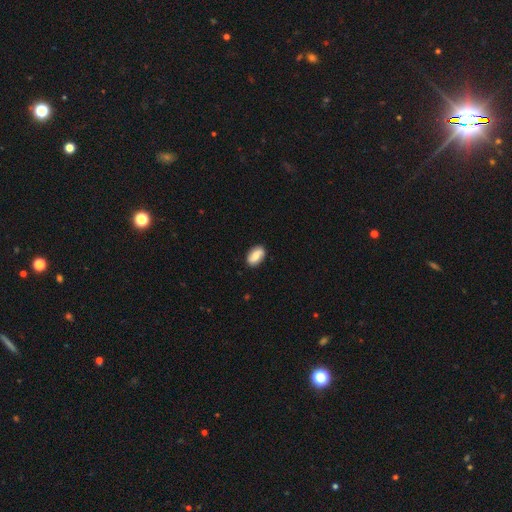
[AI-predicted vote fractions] A smooth galaxy with no disk features (61%) that is in between round and cigar-shaped (89%). Merging: none (87%).